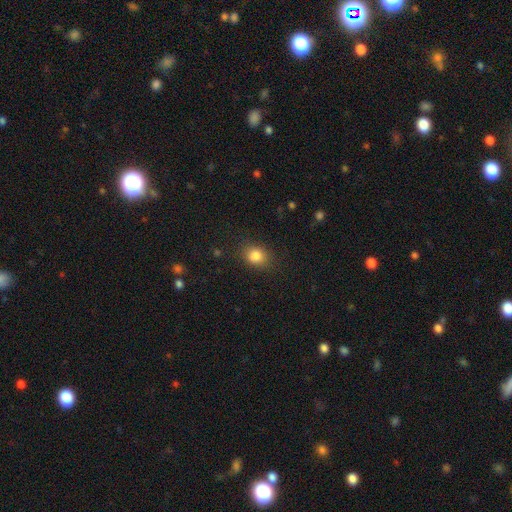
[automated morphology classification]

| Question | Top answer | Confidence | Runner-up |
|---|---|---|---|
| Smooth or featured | smooth | 84% | star or artifact (11%) |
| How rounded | round | 51% | in between (48%) |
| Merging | none | 82% | minor disturbance (13%) |